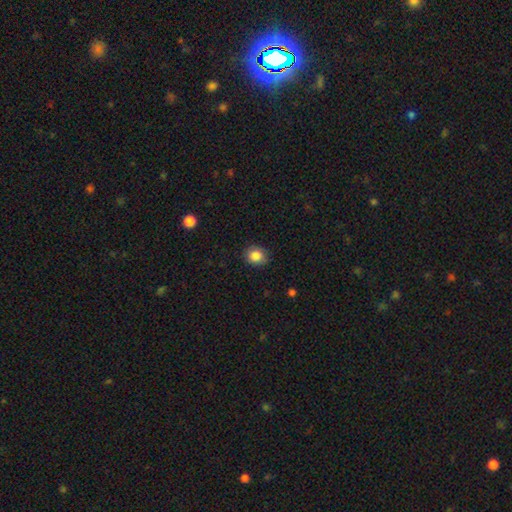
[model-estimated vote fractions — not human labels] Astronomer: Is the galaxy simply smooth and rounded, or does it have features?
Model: smooth — 85%.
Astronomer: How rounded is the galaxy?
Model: round — 64%.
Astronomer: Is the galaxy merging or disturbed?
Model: none — 84%.